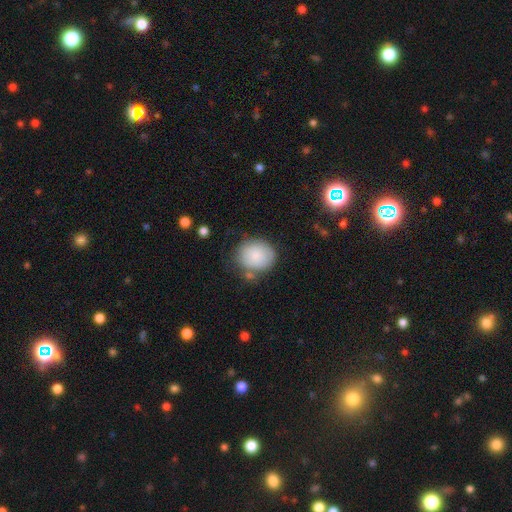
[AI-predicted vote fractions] Smooth or featured?
  - smooth: 84% *
  - featured or disk: 10%
  - star or artifact: 7%
How rounded?
  - round: 70% *
  - in between: 29%
  - cigar-shaped: 1%
Merging?
  - none: 68% *
  - minor disturbance: 18%
  - merger: 8%
  - major disturbance: 6%